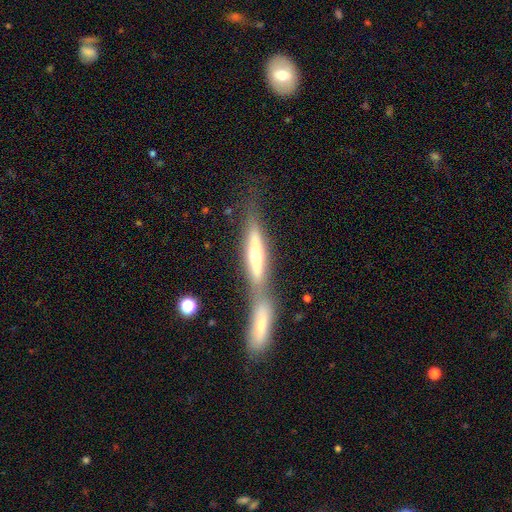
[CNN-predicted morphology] This appears to be a featured or disk galaxy (47%). Merging: merger (53%).